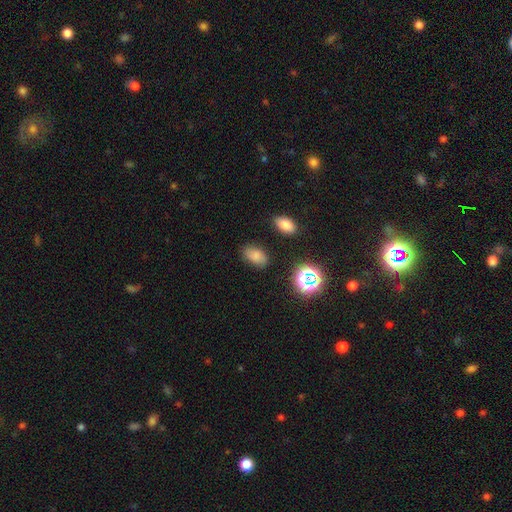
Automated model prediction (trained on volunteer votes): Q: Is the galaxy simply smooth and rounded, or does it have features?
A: smooth — 75%.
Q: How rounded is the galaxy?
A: in between — 89%.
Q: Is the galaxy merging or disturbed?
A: none — 77%.